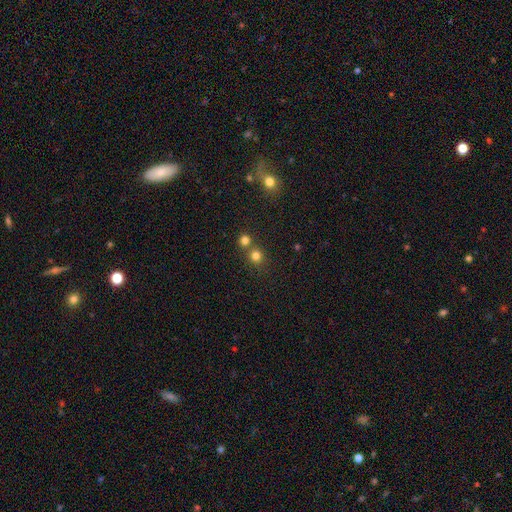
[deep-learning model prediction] Morphology: type=smooth (77%); roundness=round (91%); merging=none (64%).